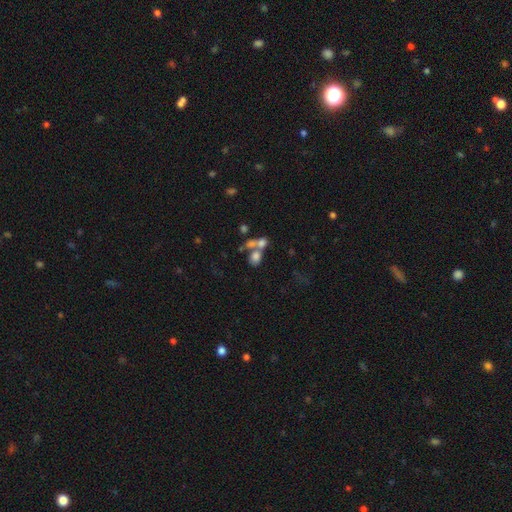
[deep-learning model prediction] smooth_or_featured: smooth (p=0.44) [alt: star or artifact p=0.30]
merging: merger (p=0.44) [alt: none p=0.39]